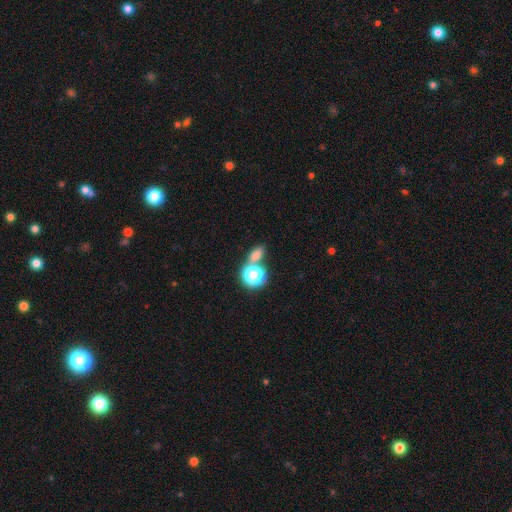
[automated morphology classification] Overall: smooth (68%). How rounded: in between (64%; round 32%). Merging: none (59%; merger 27%).